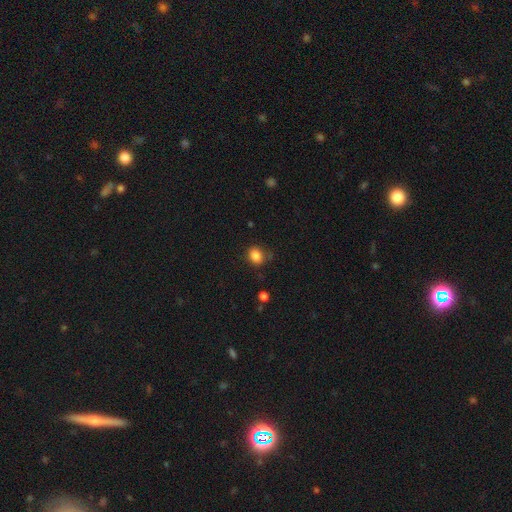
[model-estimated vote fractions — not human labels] Overall: smooth (85%). How rounded: round (59%; in between 41%). Merging: none (77%).